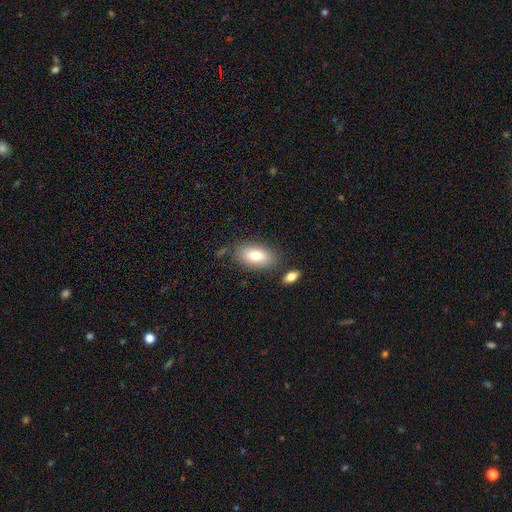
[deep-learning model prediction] A smooth galaxy with no disk features (80%) that is in between round and cigar-shaped (91%).

Vote fractions:
- Smooth or featured? smooth: 80% / featured or disk: 13% / star or artifact: 7%
- How rounded? in between: 91% / round: 5% / cigar-shaped: 4%
- Merging? none: 77% / minor disturbance: 14% / merger: 5% / major disturbance: 4%